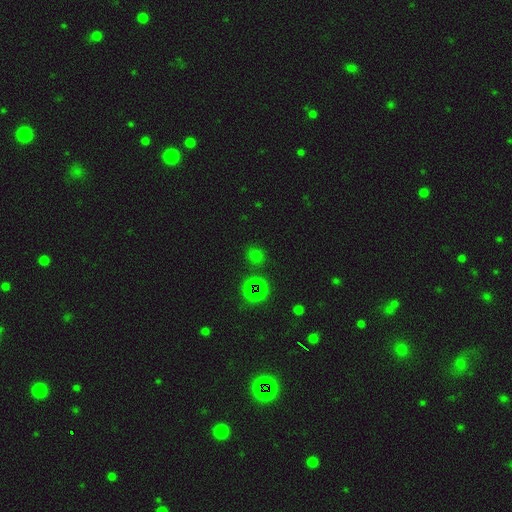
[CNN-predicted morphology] smooth 57%, star or artifact 37%, featured or disk 6%. Down the decision tree: how rounded — round (78%); merging — none (80%).